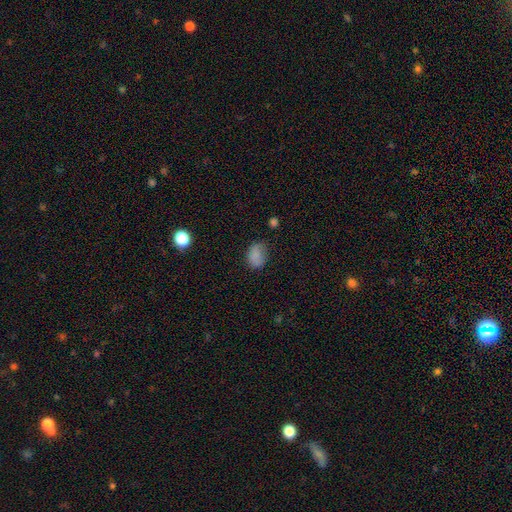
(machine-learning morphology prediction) This appears to be a smooth galaxy with no disk features (81%) that is in between round and cigar-shaped (76%). Merging: none (64%).